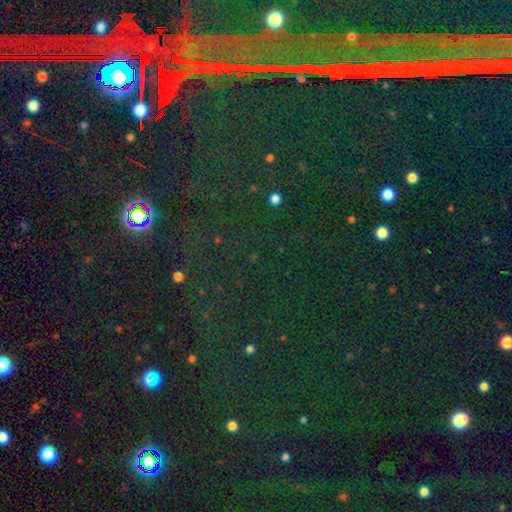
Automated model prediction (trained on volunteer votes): smooth-or-featured: star or artifact: 81% | smooth: 11% | featured or disk: 8%